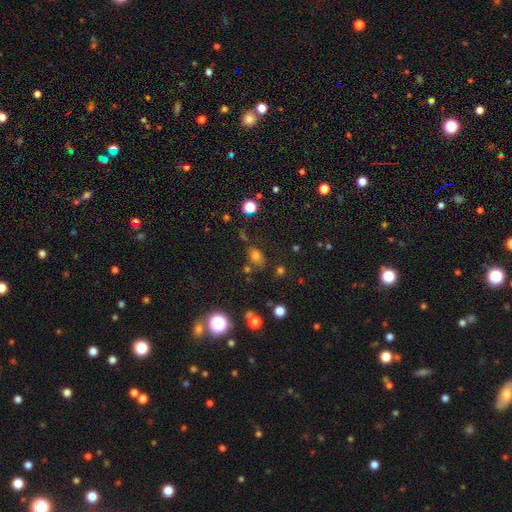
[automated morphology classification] Smooth or featured: smooth — 70% (star or artifact — 21%)
How rounded: in between — 74% (round — 24%)
Merging: none — 67% (minor disturbance — 18%)